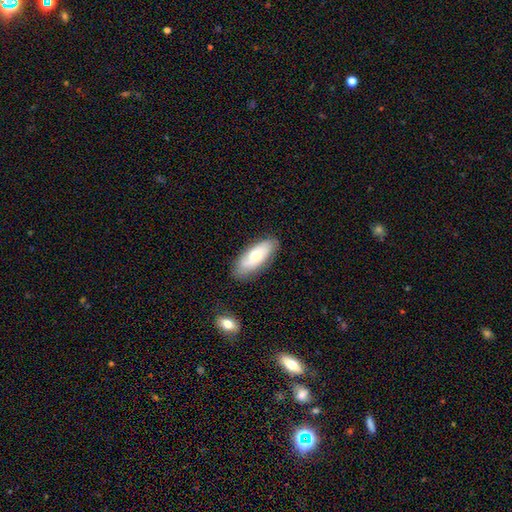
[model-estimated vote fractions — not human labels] The model was most divided on "smooth or featured": smooth: 55%, featured or disk: 39%, star or artifact: 6%. More confident: how rounded — in between (79%); merging — none (79%).